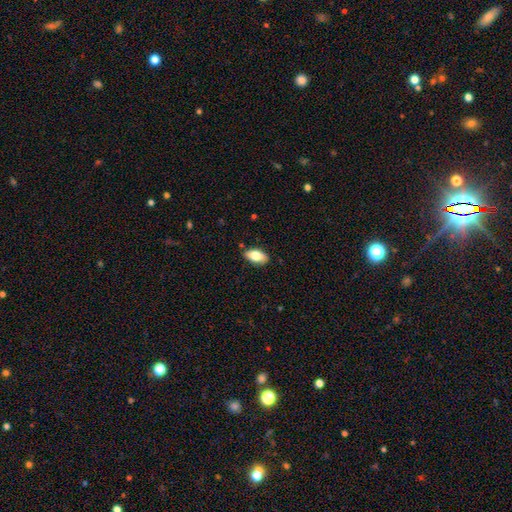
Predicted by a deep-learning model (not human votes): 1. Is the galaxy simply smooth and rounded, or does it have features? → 76% smooth, 18% featured or disk, 7% star or artifact.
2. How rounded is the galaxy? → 90% in between, 6% cigar-shaped, 4% round.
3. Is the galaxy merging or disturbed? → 81% none, 15% minor disturbance, 3% major disturbance, 2% merger.